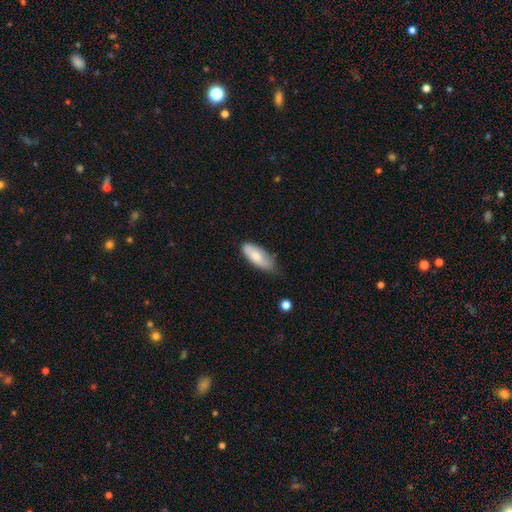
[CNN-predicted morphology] This appears to be a smooth galaxy with no disk features (77%) that is in between round and cigar-shaped (77%). Merging: none (61%).